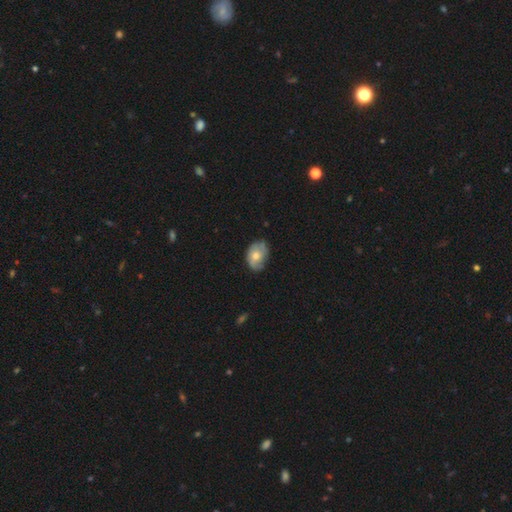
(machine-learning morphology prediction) smooth_or_featured: smooth (p=0.52) [alt: featured or disk p=0.41]
how_rounded: in between (p=0.76) [alt: round p=0.23]
merging: none (p=0.62) [alt: minor disturbance p=0.29]